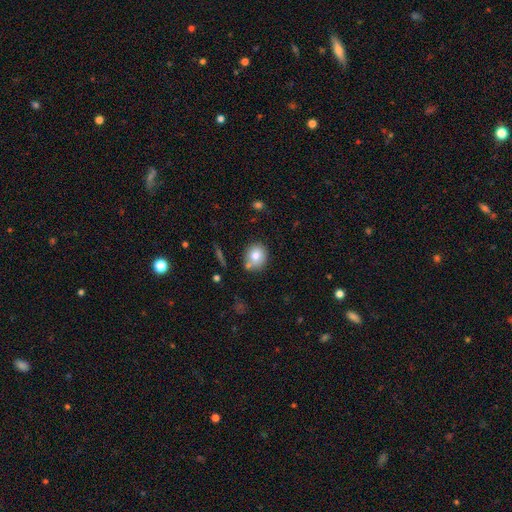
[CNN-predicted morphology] This appears to be a smooth galaxy with no disk features (78%) that is round (75%). Merging: none (70%).